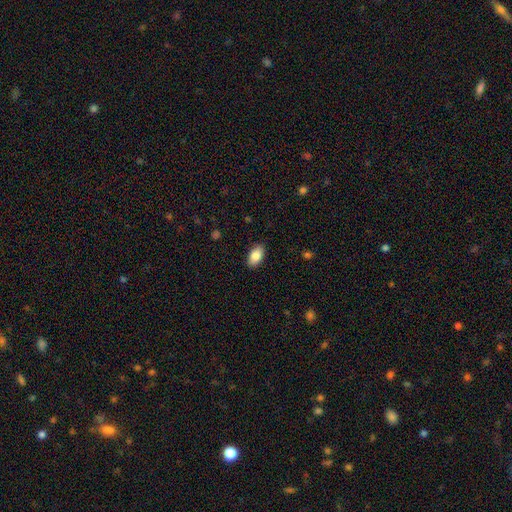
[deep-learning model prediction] Smooth or featured? Predicted: smooth (p=0.86). How rounded? Predicted: in between (p=0.93). Merging? Predicted: none (p=0.88).